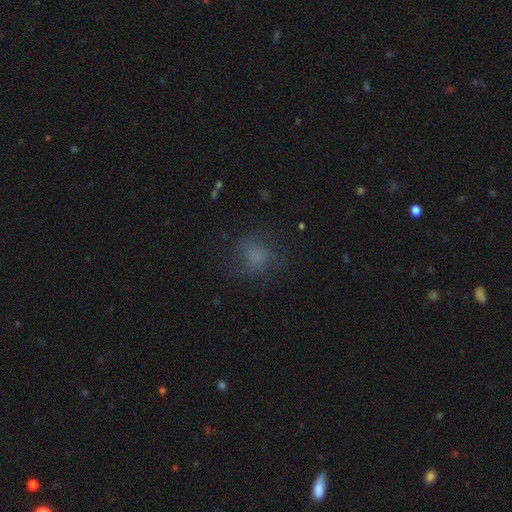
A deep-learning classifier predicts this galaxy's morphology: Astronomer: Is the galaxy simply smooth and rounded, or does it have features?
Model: smooth — 66%.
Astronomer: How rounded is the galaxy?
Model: round — 77%.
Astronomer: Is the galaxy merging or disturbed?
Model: none — 68%.